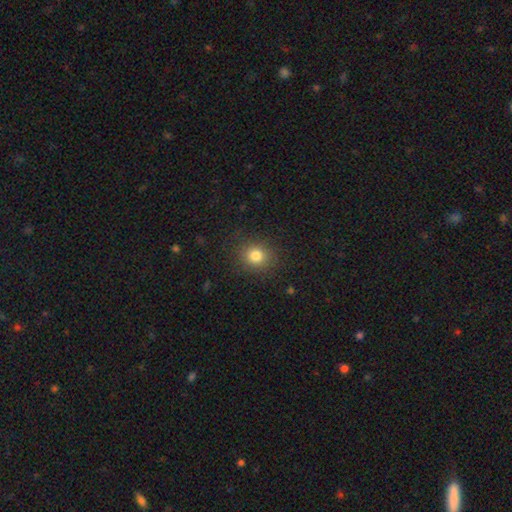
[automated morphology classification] This appears to be a smooth galaxy with no disk features (81%) that is round (81%). Merging: none (88%).